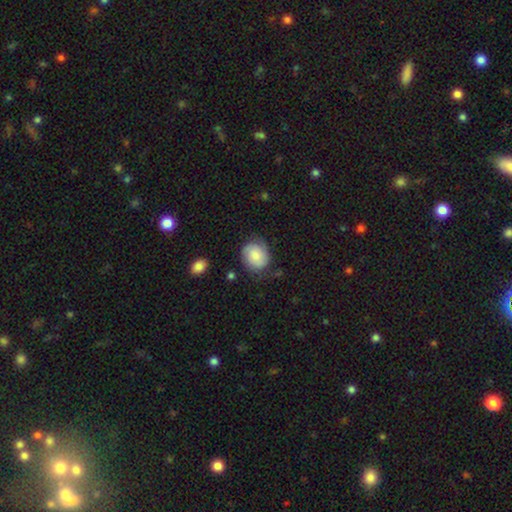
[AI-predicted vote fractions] A smooth galaxy with no disk features (59%) that is round (65%).

Vote fractions:
- Smooth or featured? smooth: 59% / featured or disk: 33% / star or artifact: 8%
- How rounded? round: 65% / in between: 34% / cigar-shaped: 1%
- Merging? none: 67% / minor disturbance: 23% / major disturbance: 8% / merger: 2%